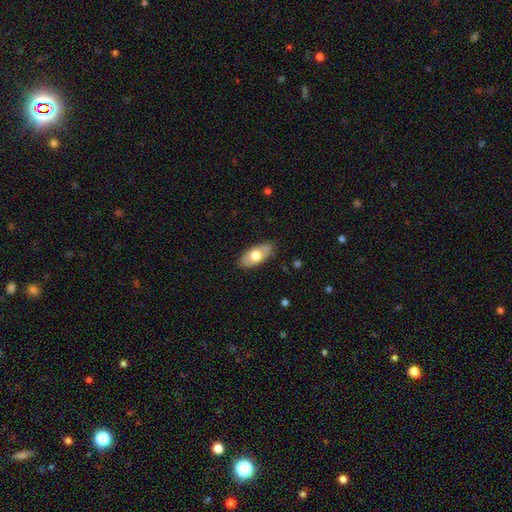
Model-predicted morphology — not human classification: smooth_or_featured: smooth (p=0.69) [alt: featured or disk p=0.25]
how_rounded: in between (p=0.89) [alt: cigar-shaped p=0.07]
merging: none (p=0.82) [alt: minor disturbance p=0.14]